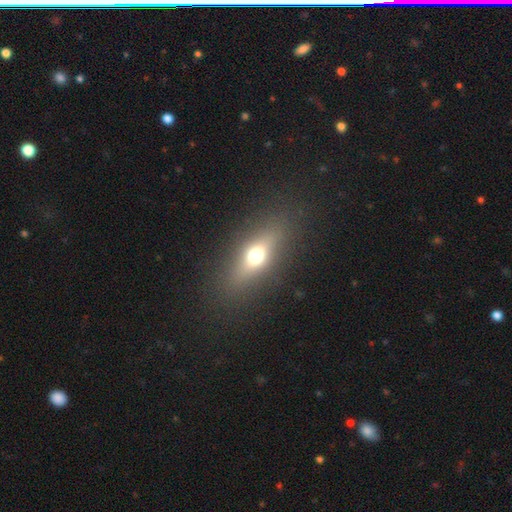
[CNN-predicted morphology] Smooth or featured? Predicted: smooth (p=0.57). How rounded? Predicted: in between (p=0.62). Merging? Predicted: none (p=0.85).